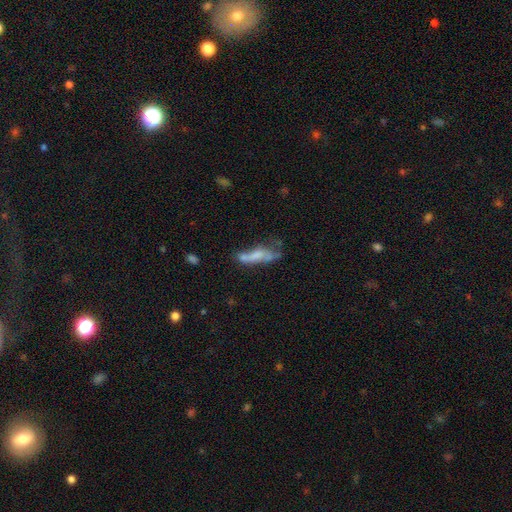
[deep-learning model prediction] Q: Smooth or featured?
A: smooth (50%); runner-up: featured or disk (38%)
Q: Merging?
A: none (27%); tied with: major disturbance (27%)